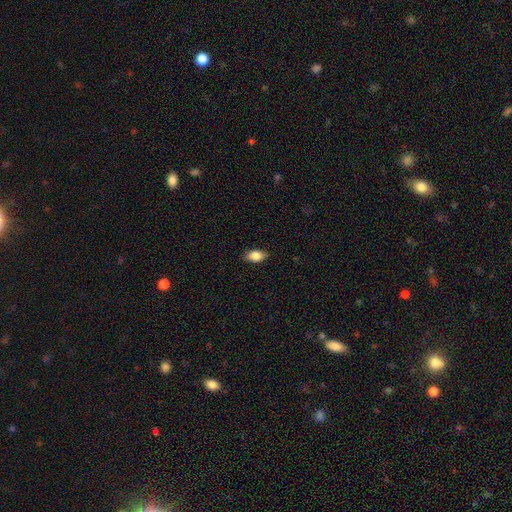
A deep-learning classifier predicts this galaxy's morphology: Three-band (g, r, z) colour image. It shows a smooth galaxy with no disk features (83%) that is in between round and cigar-shaped (89%). Merging: none (85%).